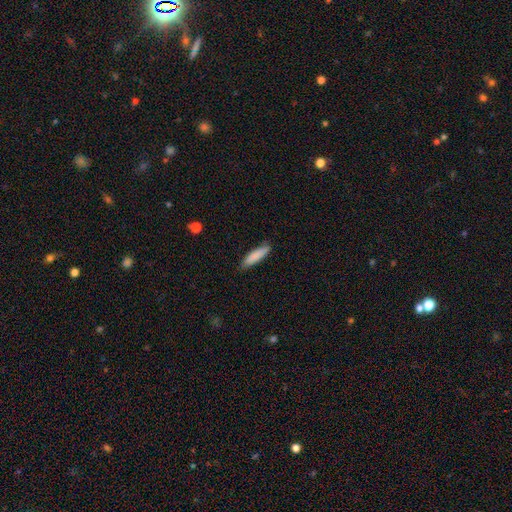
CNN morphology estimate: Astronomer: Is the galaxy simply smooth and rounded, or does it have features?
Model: smooth — 85%.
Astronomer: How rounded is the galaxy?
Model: cigar-shaped — 73%.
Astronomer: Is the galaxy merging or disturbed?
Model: none — 82%.